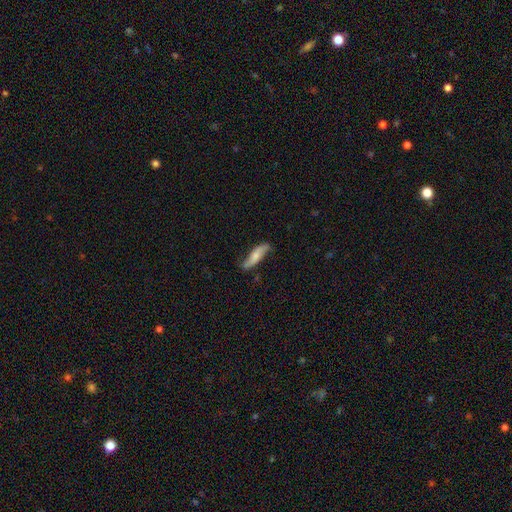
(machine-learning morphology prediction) Overall: featured or disk (55%; smooth 39%). Edge-on disk: no (67%; yes 33%). Merging: none (72%).